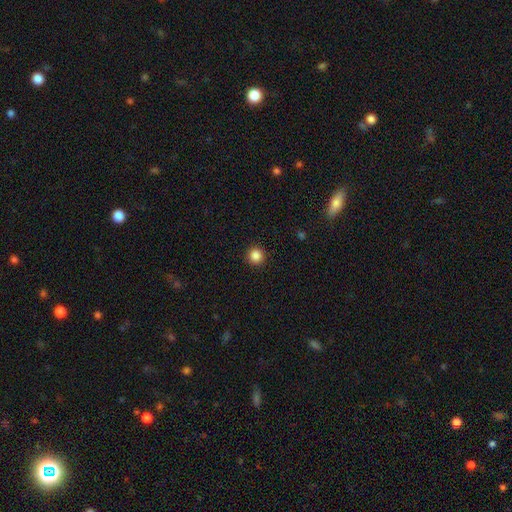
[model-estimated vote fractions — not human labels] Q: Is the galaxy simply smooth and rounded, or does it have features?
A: smooth — 86%.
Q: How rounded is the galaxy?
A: round — 95%.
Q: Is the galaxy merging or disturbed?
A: none — 93%.